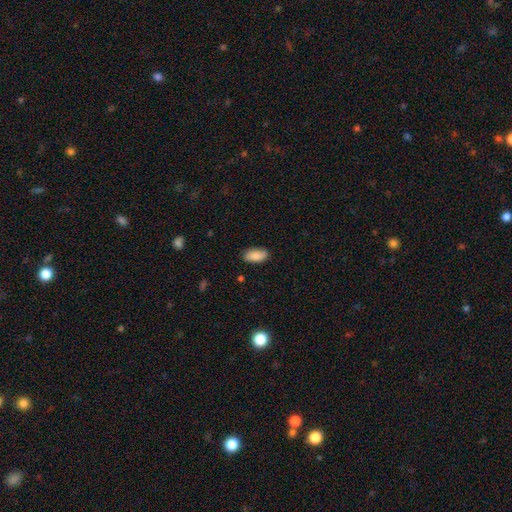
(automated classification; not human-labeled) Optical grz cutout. It shows a smooth galaxy with no disk features (87%) that is in between round and cigar-shaped (91%). Merging: none (87%).